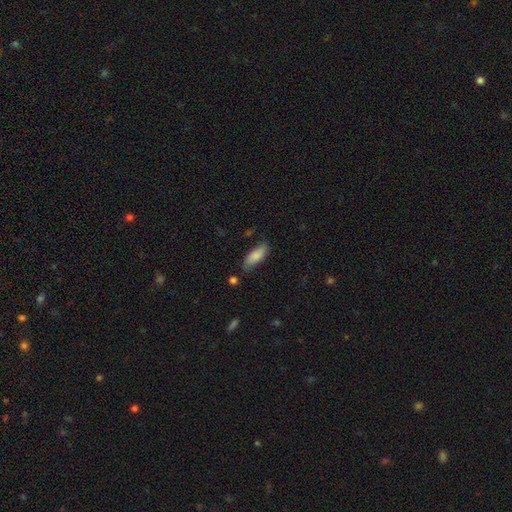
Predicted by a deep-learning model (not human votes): Morphology: type=smooth (84%); roundness=in between (74%); merging=none (73%).